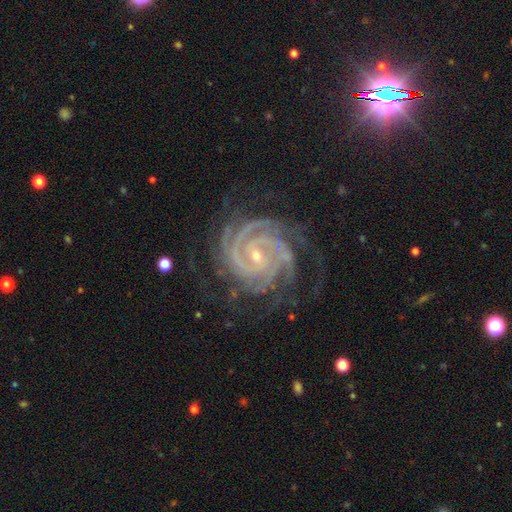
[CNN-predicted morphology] Q: Smooth or featured?
A: featured or disk (93%); runner-up: star or artifact (5%)
Q: Edge-on disk?
A: no (98%); runner-up: yes (2%)
Q: Bar?
A: no (48%); runner-up: weak (33%)
Q: Spiral arms?
A: yes (99%); runner-up: no (1%)
Q: Spiral winding?
A: tight (81%); runner-up: medium (17%)
Q: Spiral arm count?
A: 4 (30%); runner-up: 3 (24%)
Q: Bulge size?
A: small (75%); runner-up: moderate (22%)
Q: Merging?
A: none (72%); runner-up: minor disturbance (18%)